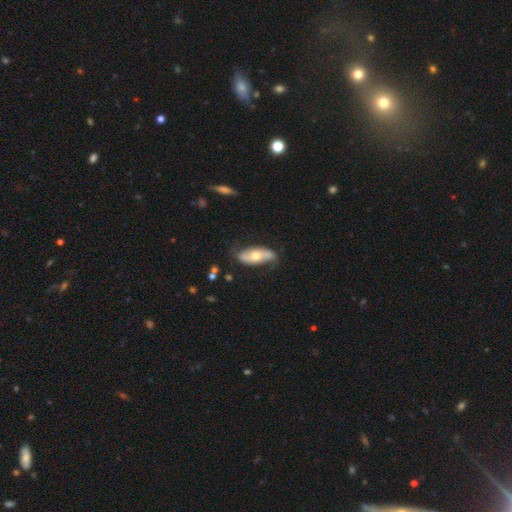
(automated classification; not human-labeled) Smooth or featured? Predicted: smooth (p=0.48). Merging? Predicted: none (p=0.72).